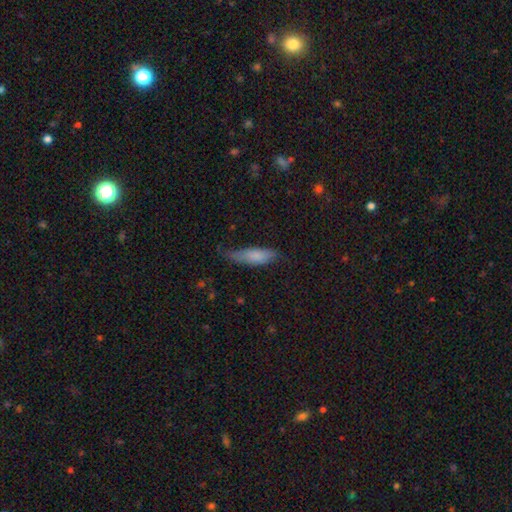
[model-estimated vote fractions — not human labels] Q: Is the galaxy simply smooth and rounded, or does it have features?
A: smooth — 76%.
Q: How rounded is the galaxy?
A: cigar-shaped — 53%.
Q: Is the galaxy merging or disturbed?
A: none — 52%.